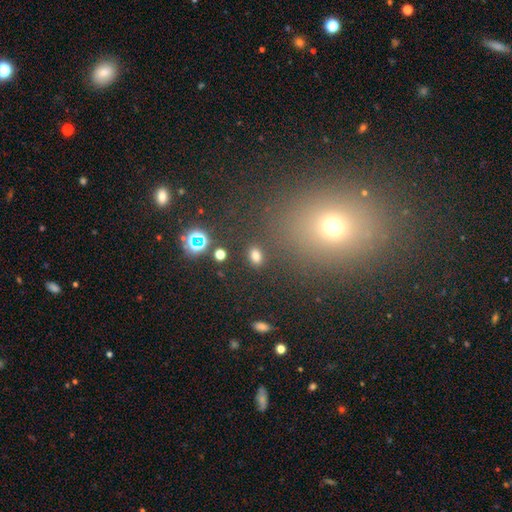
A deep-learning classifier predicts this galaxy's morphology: Overall: smooth (76%). How rounded: in between (80%). Merging: none (80%).